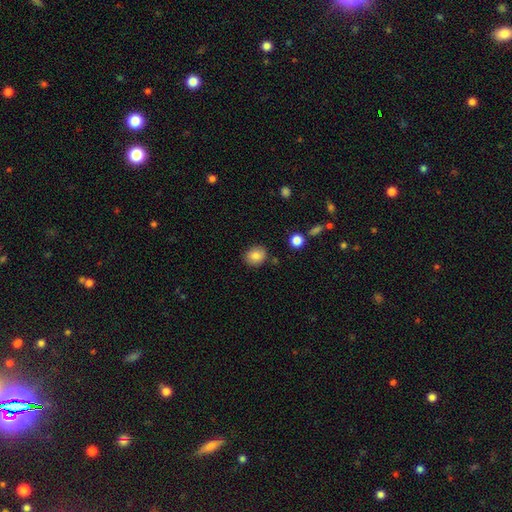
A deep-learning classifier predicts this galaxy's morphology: smooth 83%, star or artifact 9%, featured or disk 8%. Down the decision tree: how rounded — round (60%); merging — none (84%).